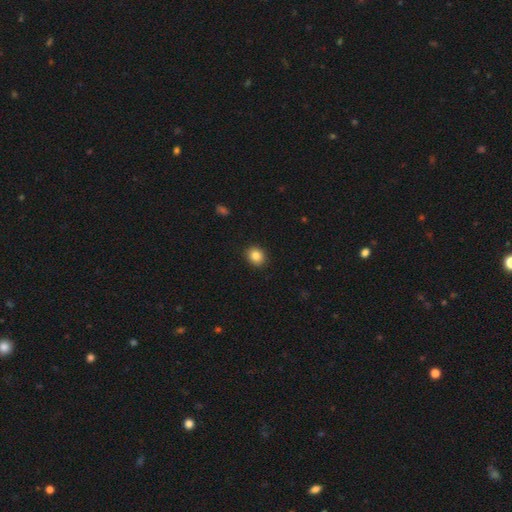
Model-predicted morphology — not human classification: The model was most divided on "how rounded": round: 67%, in between: 32%, cigar-shaped: 1%. More confident: merging — none (91%); smooth or featured — smooth (85%).